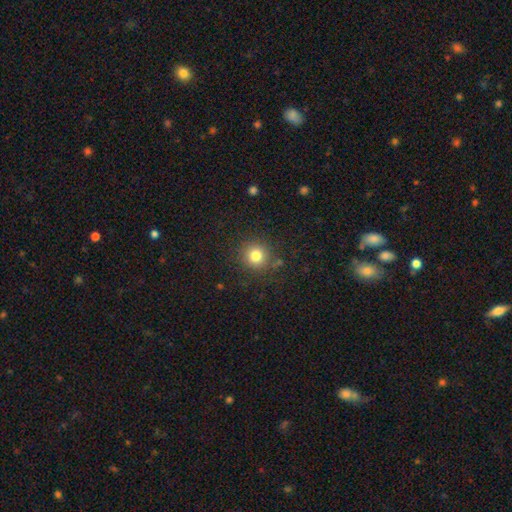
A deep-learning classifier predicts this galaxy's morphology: Overall: smooth (80%). How rounded: round (92%). Merging: none (86%).